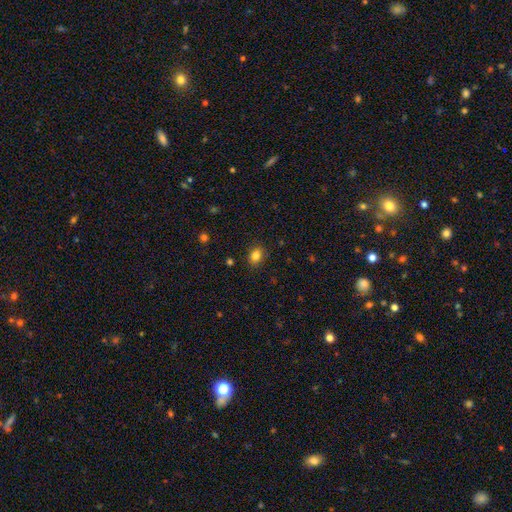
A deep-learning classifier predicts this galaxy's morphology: smooth_or_featured: smooth (p=0.83) [alt: star or artifact p=0.11]
how_rounded: in between (p=0.55) [alt: round p=0.44]
merging: none (p=0.87) [alt: minor disturbance p=0.09]